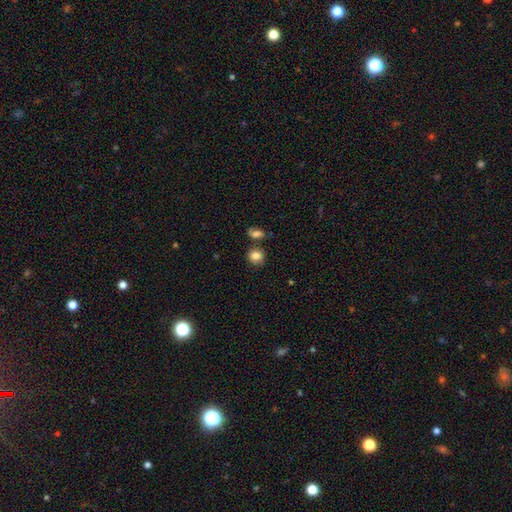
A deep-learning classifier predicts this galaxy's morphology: Smooth or featured? smooth (85%)
How rounded? round (79%)
Merging? none (73%)